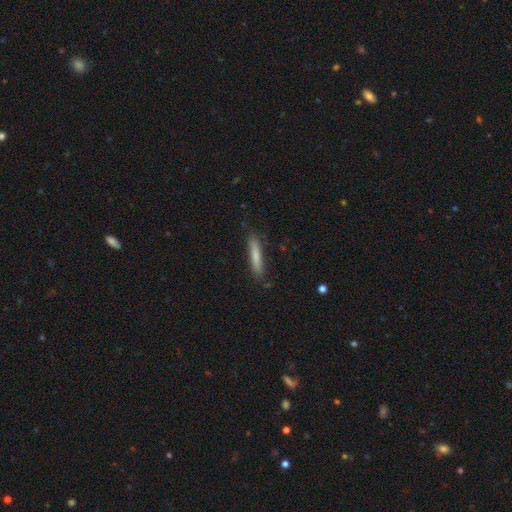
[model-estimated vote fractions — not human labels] This is likely a smooth galaxy (76%). How rounded: clearly cigar-shaped (92%). Merging: clearly none (84%).